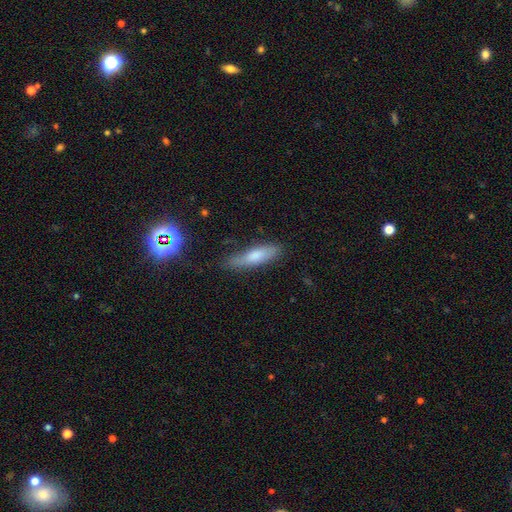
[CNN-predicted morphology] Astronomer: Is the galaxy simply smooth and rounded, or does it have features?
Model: smooth — 73%.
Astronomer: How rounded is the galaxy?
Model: cigar-shaped — 65%.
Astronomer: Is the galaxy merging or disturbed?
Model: none — 70%.